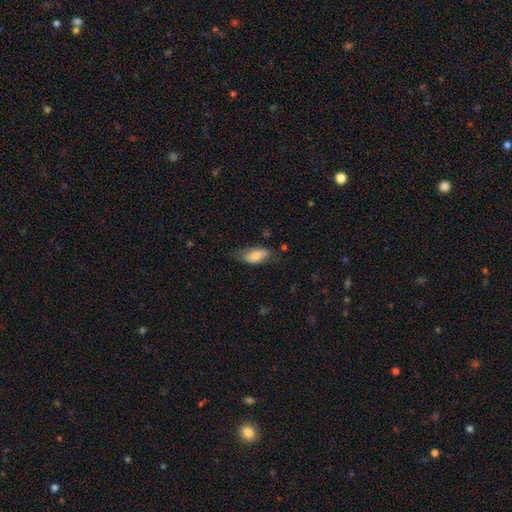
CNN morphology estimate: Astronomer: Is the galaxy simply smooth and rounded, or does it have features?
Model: smooth — 71%.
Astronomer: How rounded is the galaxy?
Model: in between — 88%.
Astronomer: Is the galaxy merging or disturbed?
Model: none — 63%.